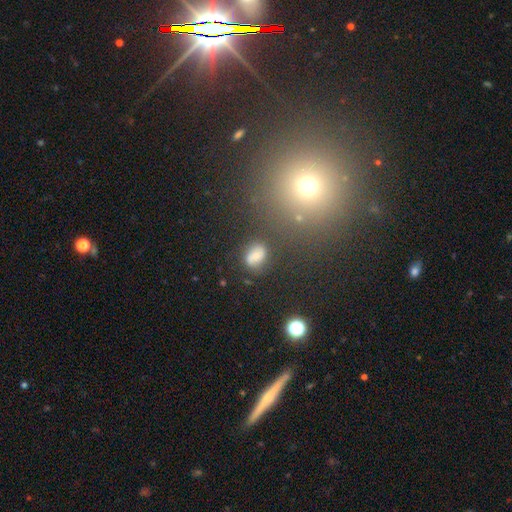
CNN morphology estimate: A smooth galaxy with no disk features (59%) that is in between round and cigar-shaped (67%).

Vote fractions:
- Smooth or featured? smooth: 59% / featured or disk: 26% / star or artifact: 15%
- How rounded? in between: 67% / round: 31% / cigar-shaped: 2%
- Merging? none: 66% / minor disturbance: 17% / merger: 9% / major disturbance: 7%